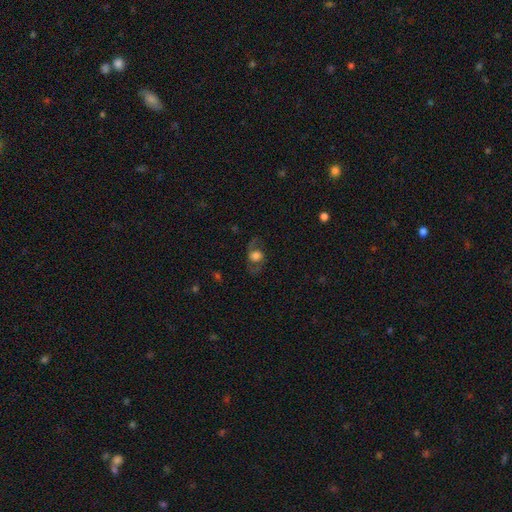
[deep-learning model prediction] This appears to be a featured or disk galaxy (52%). Merging: none (64%).